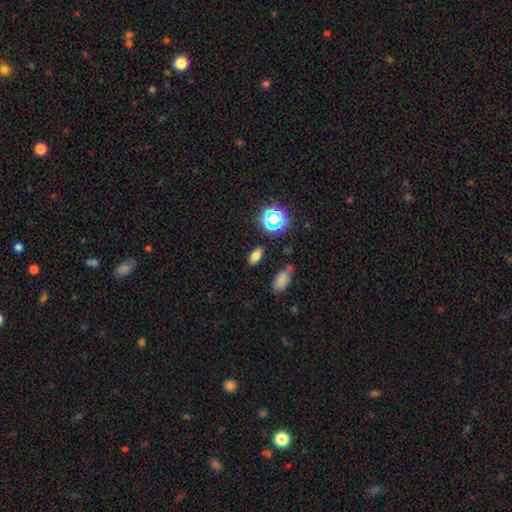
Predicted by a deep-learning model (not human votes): The model was most divided on "smooth or featured": smooth: 71%, star or artifact: 20%, featured or disk: 10%. More confident: how rounded — in between (85%); merging — none (84%).